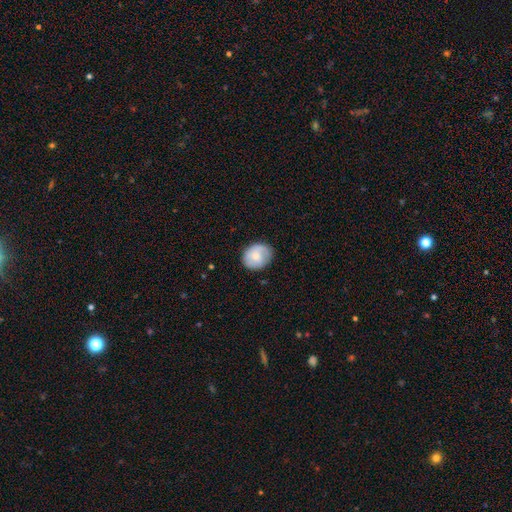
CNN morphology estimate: Smooth or featured? smooth (69%)
How rounded? round (62%)
Merging? none (78%)